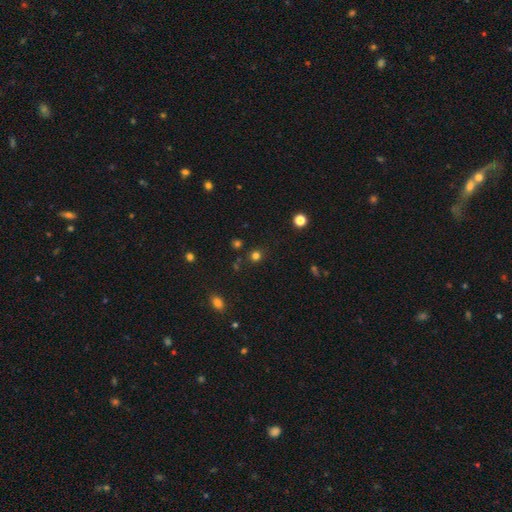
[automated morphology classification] A smooth galaxy with no disk features (74%) that is round (89%).

Vote fractions:
- Smooth or featured? smooth: 74% / star or artifact: 21% / featured or disk: 5%
- How rounded? round: 89% / in between: 10% / cigar-shaped: 1%
- Merging? none: 87% / minor disturbance: 7% / merger: 3% / major disturbance: 3%